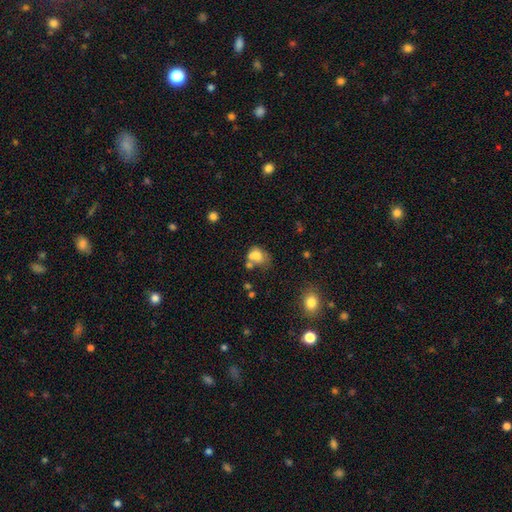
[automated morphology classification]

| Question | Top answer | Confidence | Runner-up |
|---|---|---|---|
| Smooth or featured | smooth | 71% | featured or disk (17%) |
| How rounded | in between | 59% | round (40%) |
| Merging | merger | 40% | none (28%) |